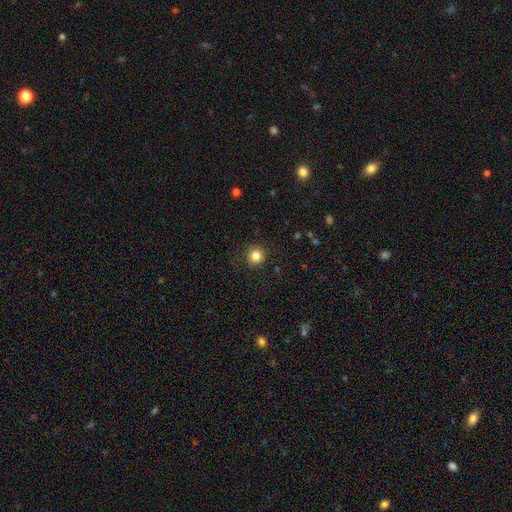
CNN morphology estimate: Smooth or featured? smooth (83%)
How rounded? round (94%)
Merging? none (90%)